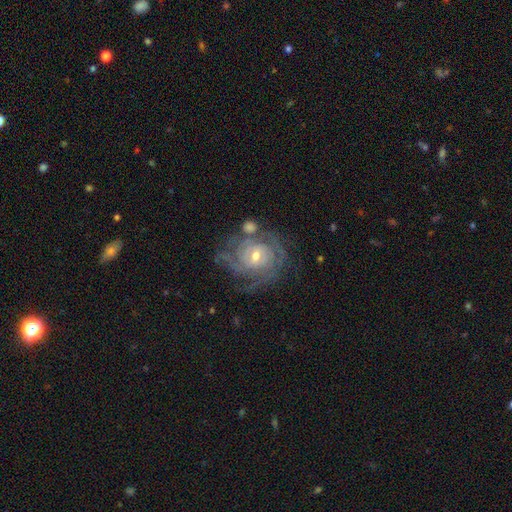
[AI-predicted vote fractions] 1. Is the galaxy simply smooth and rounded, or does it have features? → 85% featured or disk, 9% smooth, 7% star or artifact.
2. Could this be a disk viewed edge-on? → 97% no, 3% yes.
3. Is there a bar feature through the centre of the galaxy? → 50% no, 41% weak, 10% strong.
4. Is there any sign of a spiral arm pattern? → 93% yes, 7% no.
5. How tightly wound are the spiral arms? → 71% tight, 23% medium, 6% loose.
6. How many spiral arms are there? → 40% can't tell, 19% 3, 15% 4, 15% 2, 6% more than 4, 5% 1.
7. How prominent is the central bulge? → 51% moderate, 44% small, 2% large, 1% none, 1% dominant.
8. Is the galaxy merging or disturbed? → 60% none, 18% minor disturbance, 12% major disturbance, 10% merger.